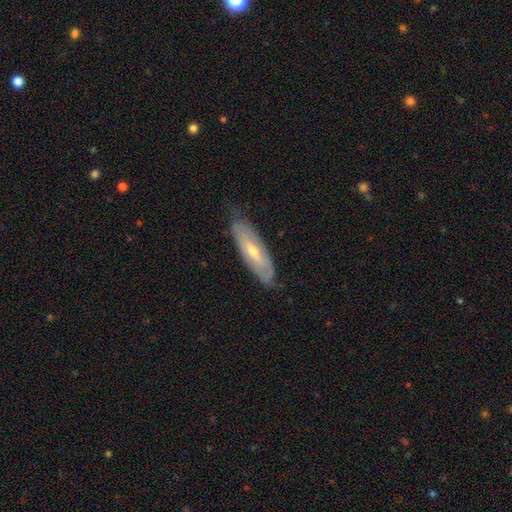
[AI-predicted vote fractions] Morphology: type=featured or disk (61%); edge-on=no (62%); merging=none (77%).